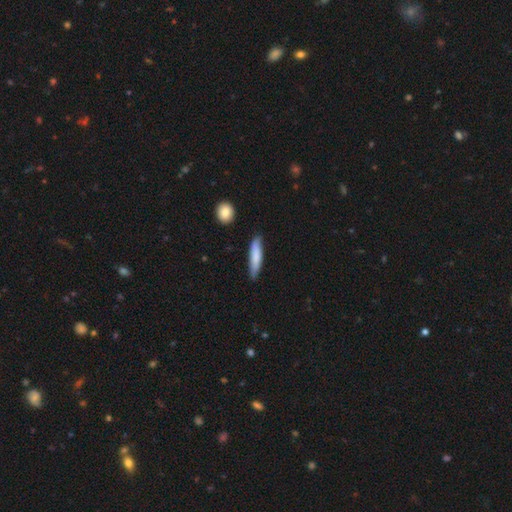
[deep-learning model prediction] The model was most divided on "smooth or featured": smooth: 77%, featured or disk: 18%, star or artifact: 5%. More confident: how rounded — cigar-shaped (80%); merging — none (79%).